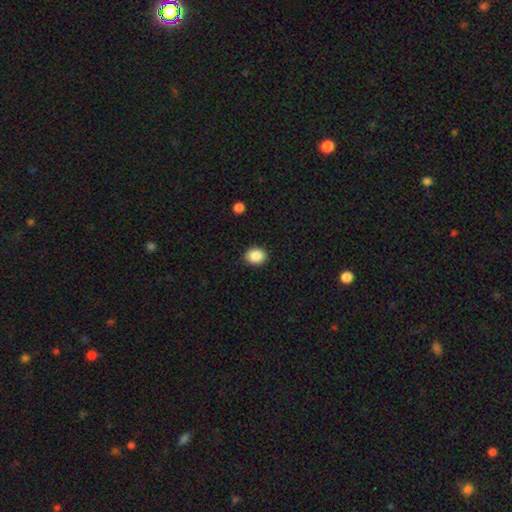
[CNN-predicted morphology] Smooth or featured: smooth — 88% (star or artifact — 8%)
How rounded: round — 63% (in between — 37%)
Merging: none — 90% (minor disturbance — 7%)